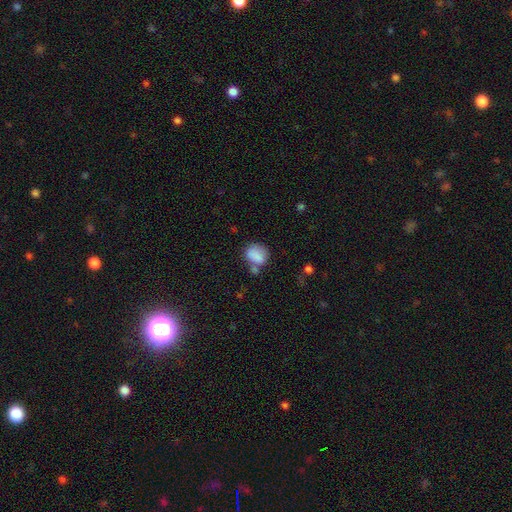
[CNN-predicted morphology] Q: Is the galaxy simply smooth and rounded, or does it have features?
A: smooth — 83%.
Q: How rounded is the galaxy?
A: in between — 51%.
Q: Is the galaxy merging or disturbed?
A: none — 49%.